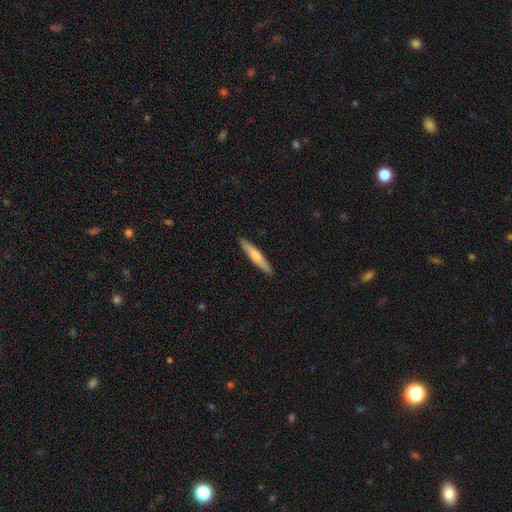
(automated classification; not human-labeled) A smooth galaxy with no disk features (66%) that is cigar-shaped (92%).

Vote fractions:
- Smooth or featured? smooth: 66% / featured or disk: 29% / star or artifact: 5%
- How rounded? cigar-shaped: 92% / in between: 6% / round: 1%
- Merging? none: 91% / minor disturbance: 7% / major disturbance: 1% / merger: 1%